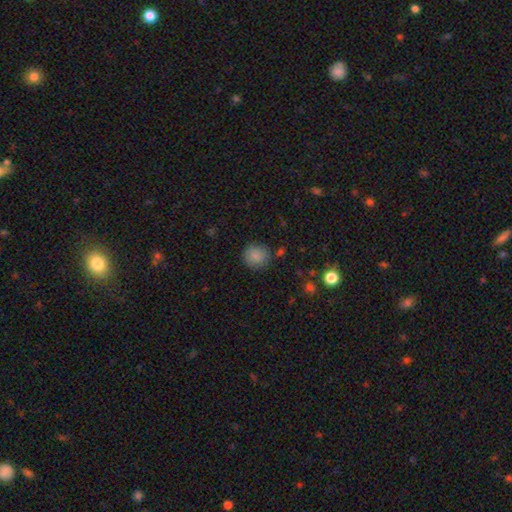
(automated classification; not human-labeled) This appears to be a smooth galaxy with no disk features (86%) that is round (90%). Merging: none (84%).